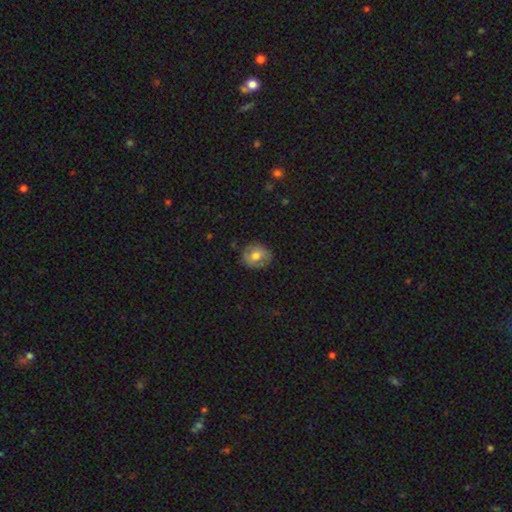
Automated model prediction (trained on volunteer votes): A smooth galaxy with no disk features (69%) that is round (71%).

Vote fractions:
- Smooth or featured? smooth: 69% / featured or disk: 22% / star or artifact: 8%
- How rounded? round: 71% / in between: 27% / cigar-shaped: 1%
- Merging? none: 81% / minor disturbance: 15% / major disturbance: 3% / merger: 1%